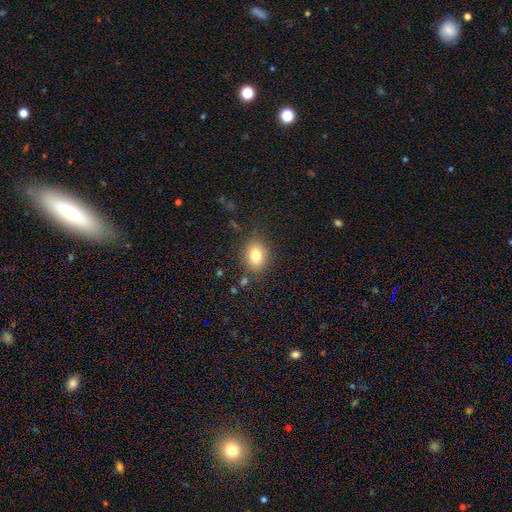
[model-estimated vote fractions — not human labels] Smooth or featured?
  - smooth: 80% *
  - star or artifact: 10%
  - featured or disk: 9%
How rounded?
  - in between: 60% *
  - round: 39%
  - cigar-shaped: 1%
Merging?
  - none: 80% *
  - minor disturbance: 13%
  - major disturbance: 4%
  - merger: 3%